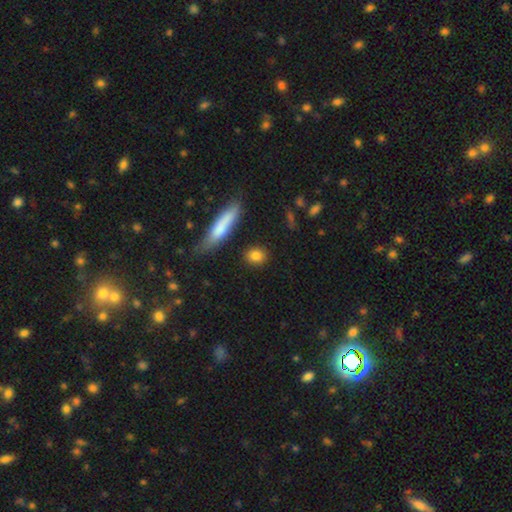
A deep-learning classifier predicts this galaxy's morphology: This appears to be a smooth galaxy with no disk features (84%) that is round (55%). Merging: none (86%).